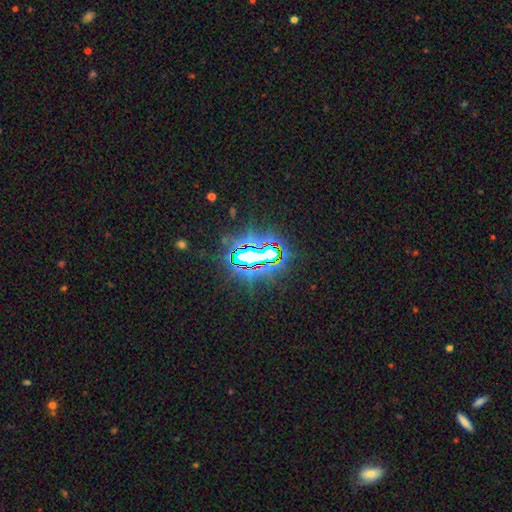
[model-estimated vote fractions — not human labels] smooth-or-featured: star or artifact: 75% | featured or disk: 13% | smooth: 12%